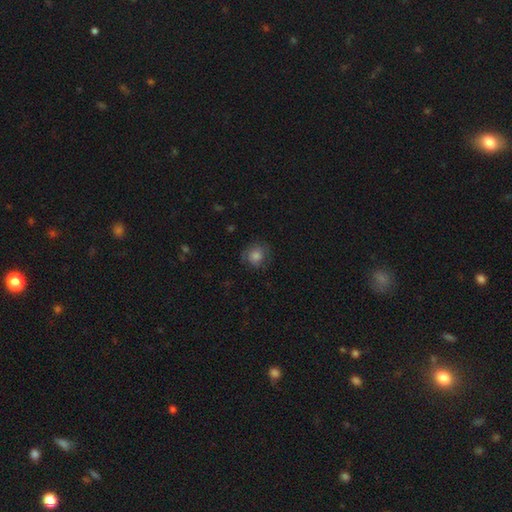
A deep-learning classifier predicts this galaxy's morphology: Smooth or featured: smooth — 66% (featured or disk — 21%)
How rounded: round — 81% (in between — 18%)
Merging: none — 74% (minor disturbance — 17%)